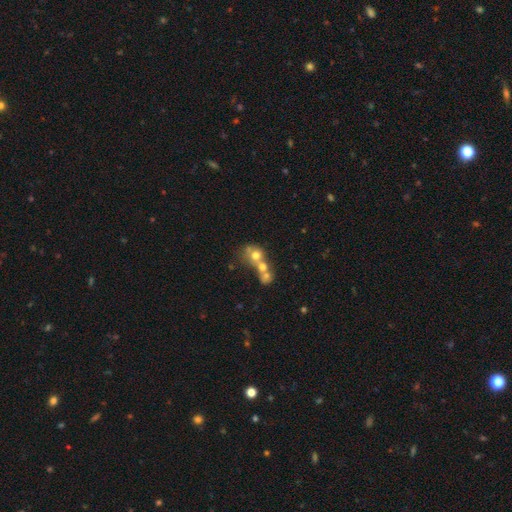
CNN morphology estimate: This is possibly a smooth galaxy (58%). How rounded: likely round (69%). Merging: likely merger (66%).